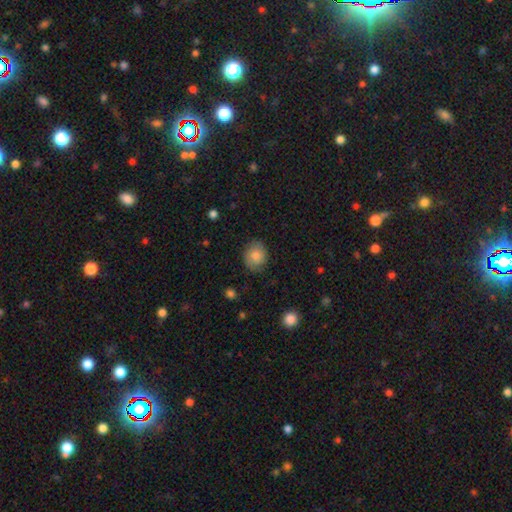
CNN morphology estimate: This is likely a smooth galaxy (65%). How rounded: likely round (64%). Merging: likely none (78%).